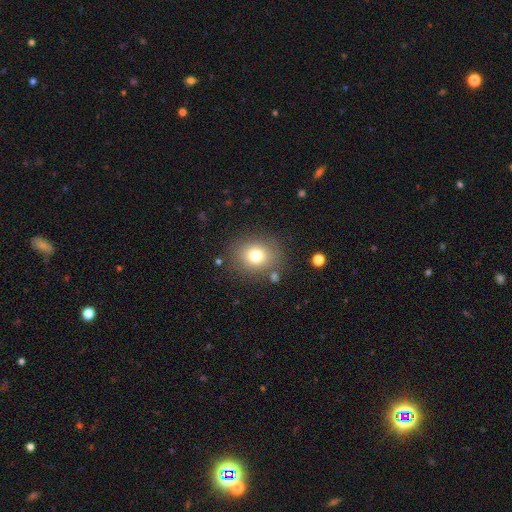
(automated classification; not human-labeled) Smooth or featured?
  - smooth: 75% *
  - star or artifact: 13%
  - featured or disk: 11%
How rounded?
  - round: 72% *
  - in between: 27%
  - cigar-shaped: 1%
Merging?
  - none: 81% *
  - minor disturbance: 10%
  - major disturbance: 5%
  - merger: 4%